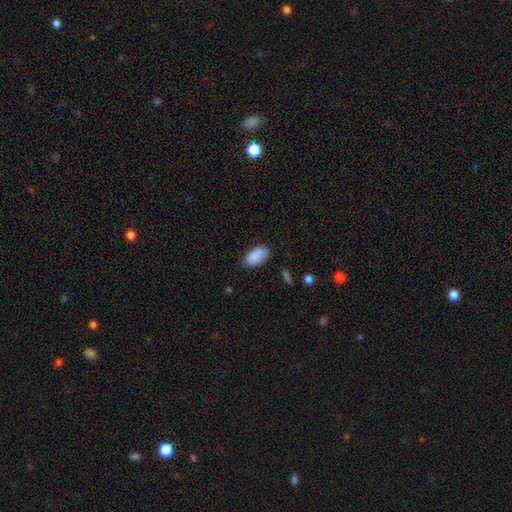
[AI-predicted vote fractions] Smooth or featured: smooth — 88% (star or artifact — 7%)
How rounded: in between — 94% (round — 3%)
Merging: none — 80% (minor disturbance — 16%)